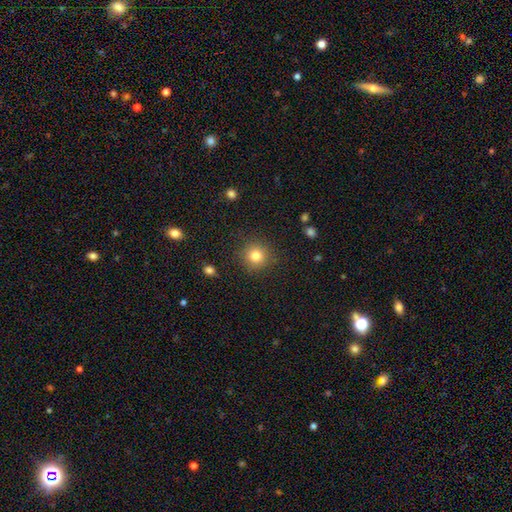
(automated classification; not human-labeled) smooth 81%, star or artifact 12%, featured or disk 7%. Down the decision tree: how rounded — round (93%); merging — none (89%).